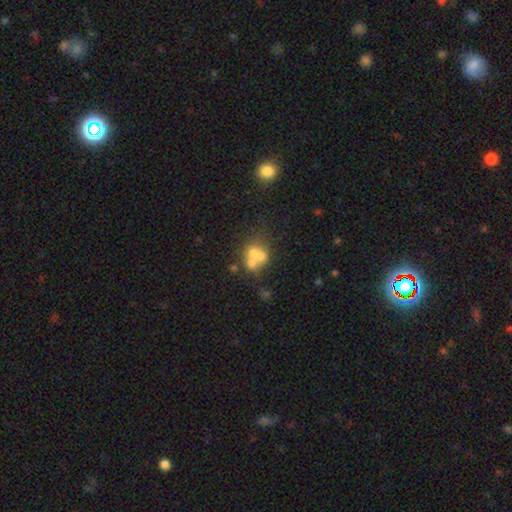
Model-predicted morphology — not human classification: smooth-or-featured: smooth: 49% | featured or disk: 36% | star or artifact: 15%
  merging: merger: 56% | none: 28% | minor disturbance: 9% | major disturbance: 8%